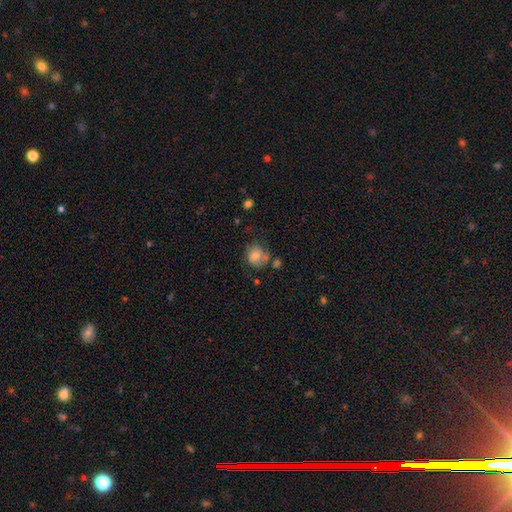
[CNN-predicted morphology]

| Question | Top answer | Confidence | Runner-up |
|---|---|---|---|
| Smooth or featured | smooth | 73% | featured or disk (18%) |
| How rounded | round | 73% | in between (26%) |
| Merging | none | 49% | minor disturbance (26%) |